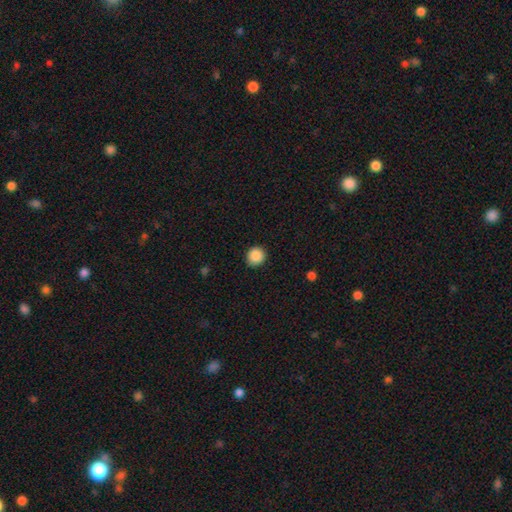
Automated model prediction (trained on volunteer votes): A smooth galaxy with no disk features (89%) that is round (91%).

Vote fractions:
- Smooth or featured? smooth: 89% / star or artifact: 9% / featured or disk: 3%
- How rounded? round: 91% / in between: 8% / cigar-shaped: 1%
- Merging? none: 89% / minor disturbance: 8% / major disturbance: 2% / merger: 1%